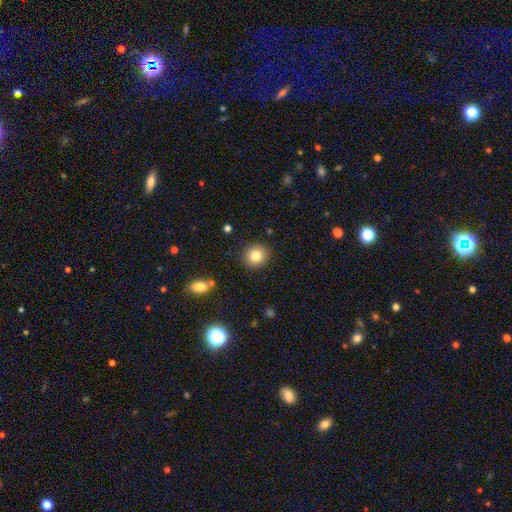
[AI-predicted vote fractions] Smooth or featured: smooth — 82% (star or artifact — 10%)
How rounded: round — 88% (in between — 11%)
Merging: none — 88% (minor disturbance — 8%)